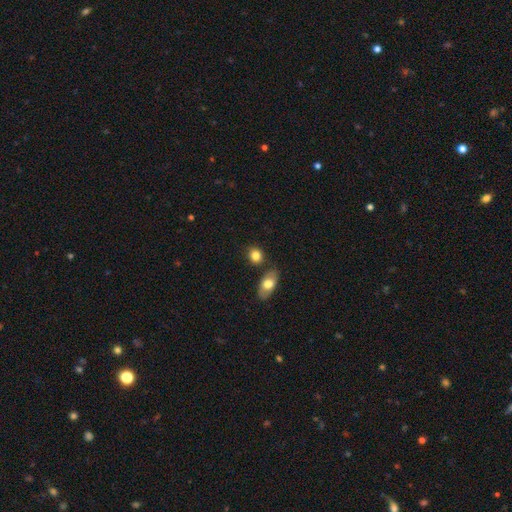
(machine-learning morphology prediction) type=smooth (81%); roundness=round (50%); merging=none (74%).